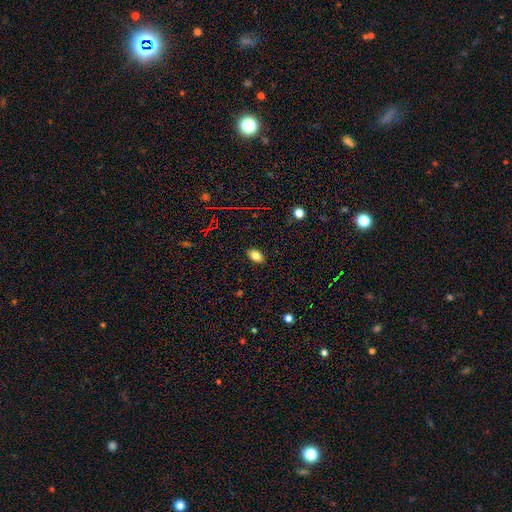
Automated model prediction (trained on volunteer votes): Smooth or featured: smooth — 80% (star or artifact — 11%)
How rounded: in between — 89% (round — 9%)
Merging: none — 88% (minor disturbance — 9%)